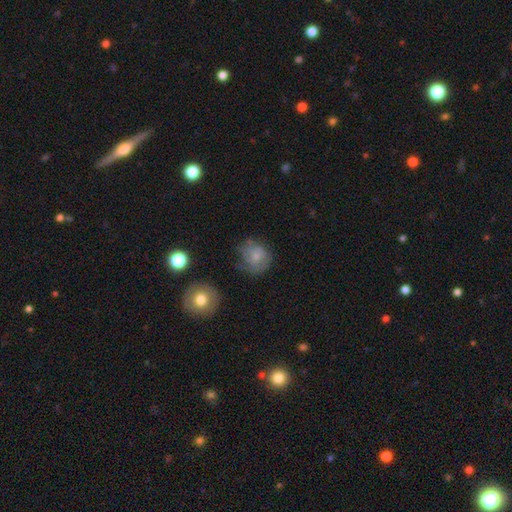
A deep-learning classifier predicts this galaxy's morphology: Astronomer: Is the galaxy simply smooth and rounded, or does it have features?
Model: smooth — 70%.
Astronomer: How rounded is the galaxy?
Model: round — 75%.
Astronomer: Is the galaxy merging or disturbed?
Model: none — 53% (runner-up: minor disturbance, 29%).